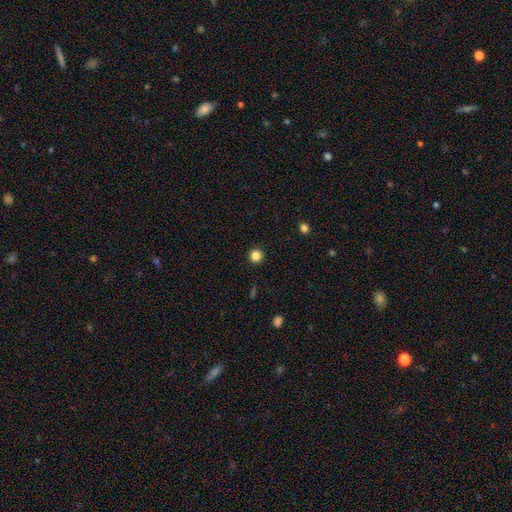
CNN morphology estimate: smooth 84%, star or artifact 12%, featured or disk 4%. Down the decision tree: how rounded — round (95%); merging — none (93%).